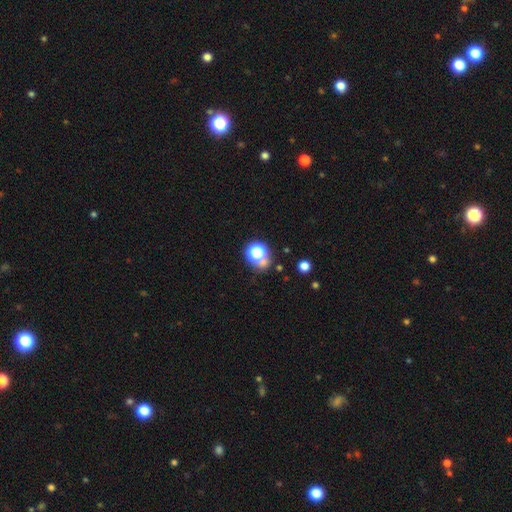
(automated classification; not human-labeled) Smooth or featured? Predicted: star or artifact (p=0.46).